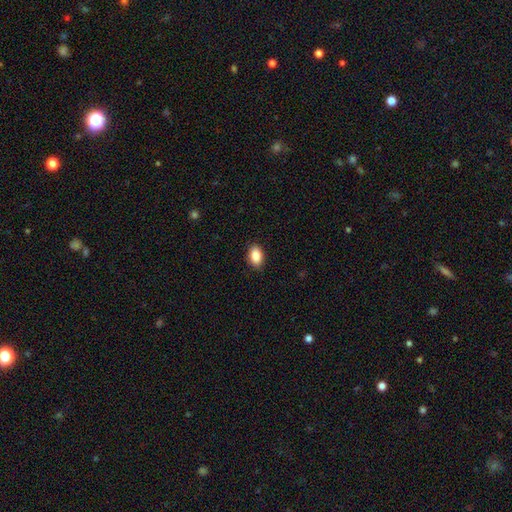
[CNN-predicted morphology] A smooth galaxy with no disk features (89%) that is in between round and cigar-shaped (89%).

Vote fractions:
- Smooth or featured? smooth: 89% / star or artifact: 7% / featured or disk: 4%
- How rounded? in between: 89% / round: 9% / cigar-shaped: 2%
- Merging? none: 89% / minor disturbance: 8% / major disturbance: 2% / merger: 1%